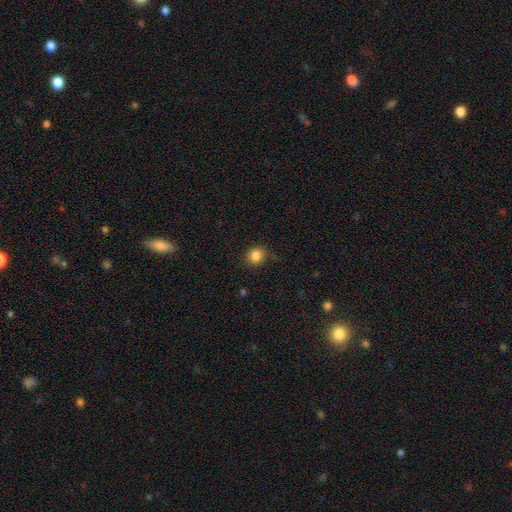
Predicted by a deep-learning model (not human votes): Q: Smooth or featured?
A: smooth (84%); runner-up: star or artifact (11%)
Q: How rounded?
A: round (76%); runner-up: in between (23%)
Q: Merging?
A: none (80%); runner-up: minor disturbance (15%)